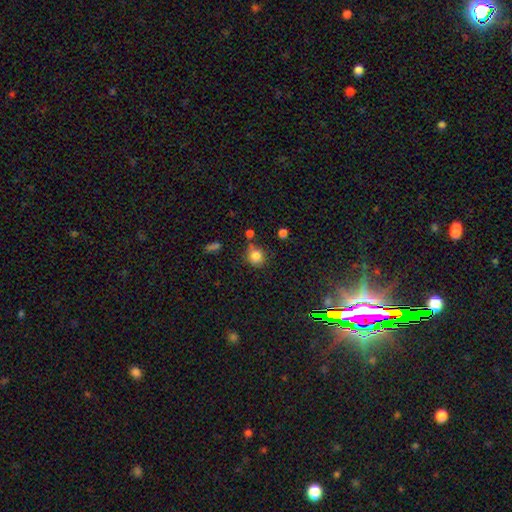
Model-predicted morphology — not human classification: The model was most divided on "merging": none: 69%, minor disturbance: 16%, merger: 10%, major disturbance: 5%. More confident: how rounded — round (84%); smooth or featured — smooth (82%).